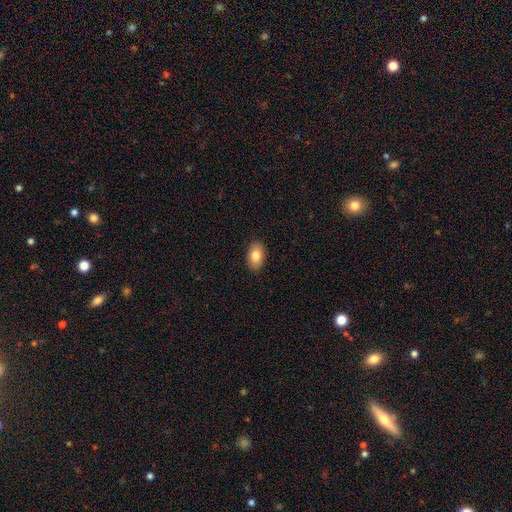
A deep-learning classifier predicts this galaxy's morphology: A smooth galaxy with no disk features (82%) that is in between round and cigar-shaped (91%). Merging: none (90%).